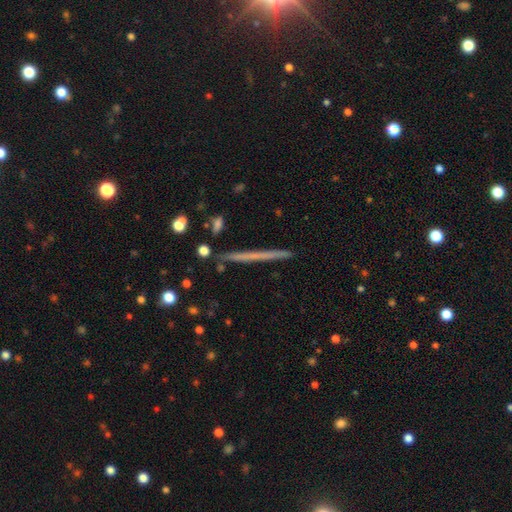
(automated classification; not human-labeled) Smooth or featured? featured or disk (52%)
Edge-on disk? yes (97%)
Edge-on bulge? none (88%)
Merging? none (89%)